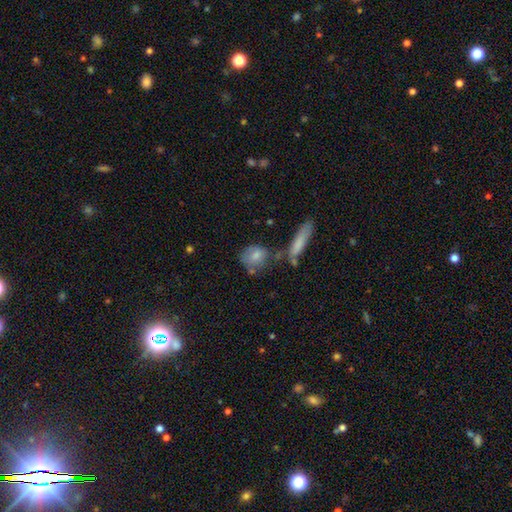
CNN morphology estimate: smooth 76%, featured or disk 17%, star or artifact 8%. Down the decision tree: how rounded — round (54%); merging — none (51%).